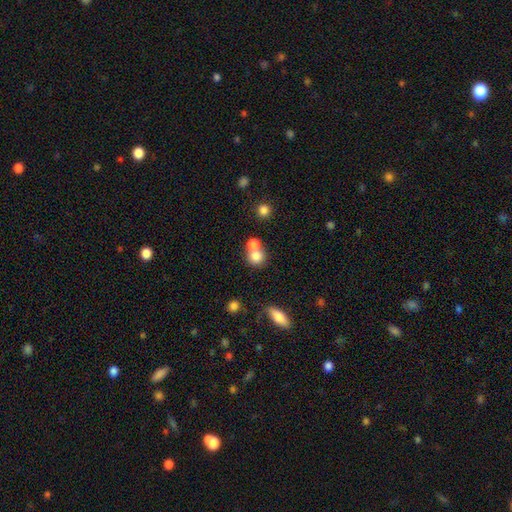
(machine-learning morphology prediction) smooth-or-featured: smooth: 77% | star or artifact: 11% | featured or disk: 11%
  how-rounded: round: 82% | in between: 16% | cigar-shaped: 1%
  merging: merger: 47% | none: 43% | minor disturbance: 7% | major disturbance: 3%